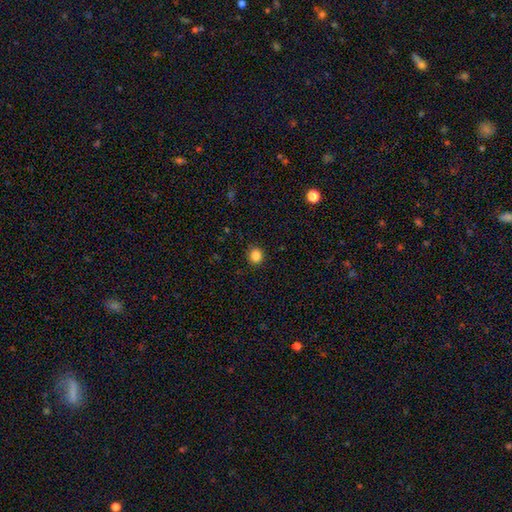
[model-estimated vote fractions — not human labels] A smooth galaxy with no disk features (85%) that is round (88%).

Vote fractions:
- Smooth or featured? smooth: 85% / star or artifact: 11% / featured or disk: 4%
- How rounded? round: 88% / in between: 11% / cigar-shaped: 1%
- Merging? none: 91% / minor disturbance: 6% / major disturbance: 2% / merger: 1%